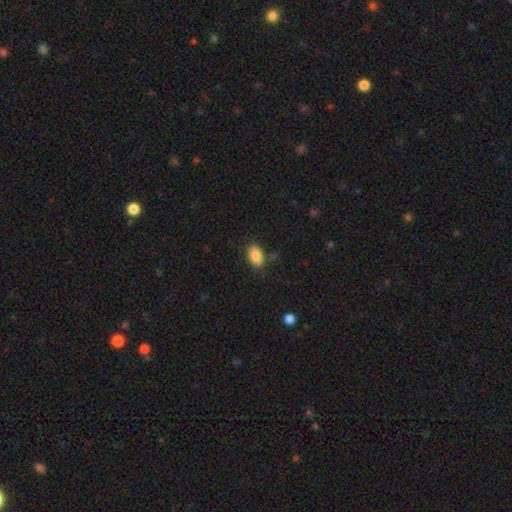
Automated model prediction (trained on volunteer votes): A smooth galaxy with no disk features (88%) that is in between round and cigar-shaped (92%). Merging: none (83%).